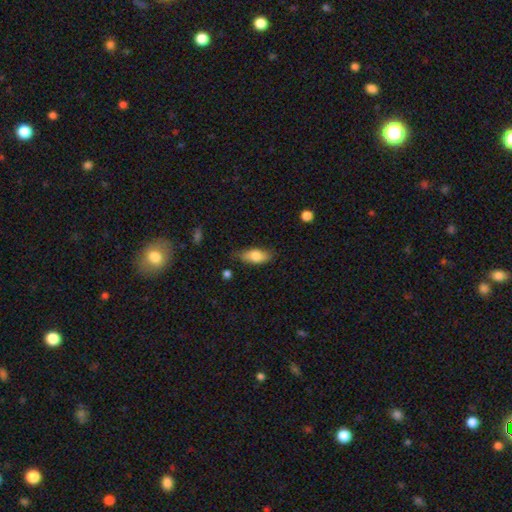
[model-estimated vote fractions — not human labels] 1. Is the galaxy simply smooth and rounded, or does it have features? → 76% smooth, 17% featured or disk, 7% star or artifact.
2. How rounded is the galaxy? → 83% in between, 13% cigar-shaped, 3% round.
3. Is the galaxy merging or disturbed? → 74% none, 21% minor disturbance, 4% major disturbance, 2% merger.